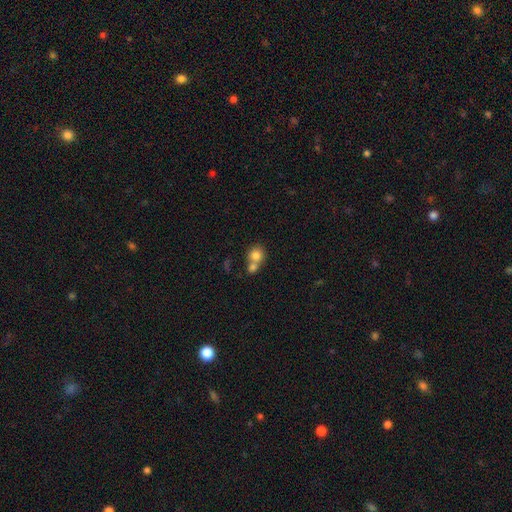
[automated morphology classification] A smooth galaxy with no disk features (79%) that is round (82%).

Vote fractions:
- Smooth or featured? smooth: 79% / featured or disk: 11% / star or artifact: 10%
- How rounded? round: 82% / in between: 17% / cigar-shaped: 1%
- Merging? merger: 53% / none: 37% / minor disturbance: 7% / major disturbance: 3%